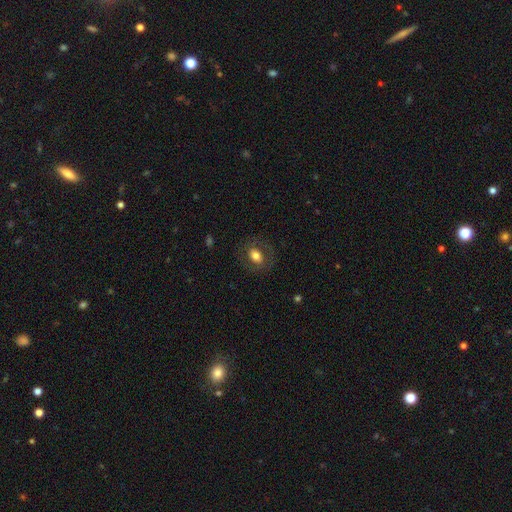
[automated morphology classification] smooth_or_featured: smooth (p=0.68) [alt: featured or disk p=0.23]
how_rounded: in between (p=0.60) [alt: round p=0.38]
merging: none (p=0.80) [alt: minor disturbance p=0.12]